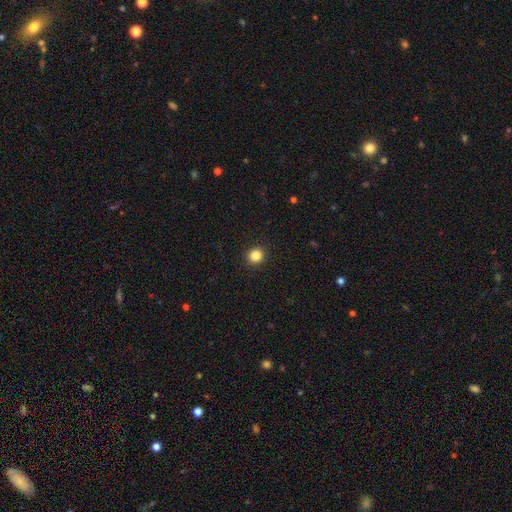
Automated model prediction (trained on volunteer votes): This is clearly a smooth galaxy (85%). How rounded: clearly round (91%). Merging: clearly none (93%).